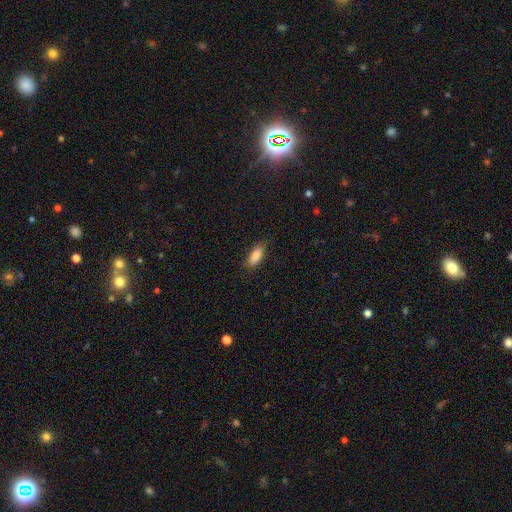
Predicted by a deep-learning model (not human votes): Q: Smooth or featured?
A: smooth (87%); runner-up: star or artifact (7%)
Q: How rounded?
A: in between (80%); runner-up: cigar-shaped (18%)
Q: Merging?
A: none (77%); runner-up: minor disturbance (18%)